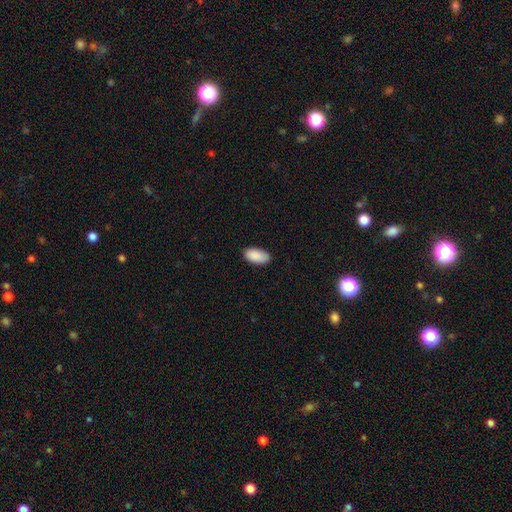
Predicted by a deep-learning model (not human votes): This appears to be a smooth galaxy with no disk features (90%) that is in between round and cigar-shaped (95%). Merging: none (85%).